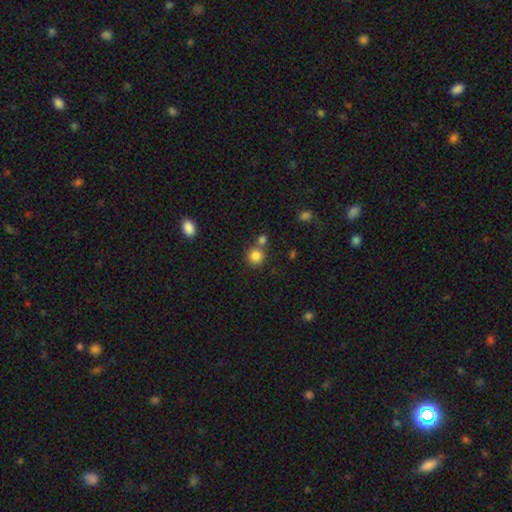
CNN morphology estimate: smooth_or_featured: smooth (p=0.84) [alt: star or artifact p=0.11]
how_rounded: round (p=0.91) [alt: in between p=0.08]
merging: none (p=0.65) [alt: merger p=0.23]